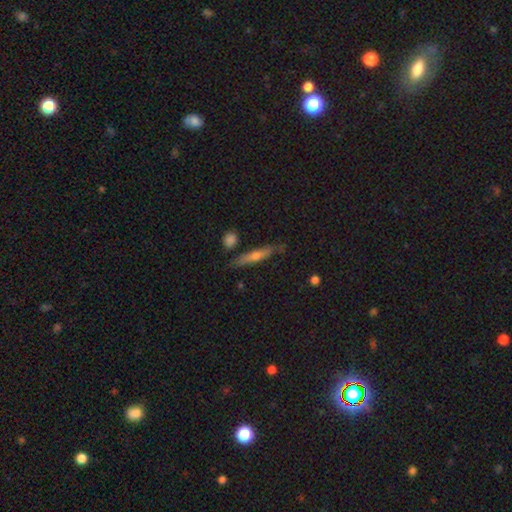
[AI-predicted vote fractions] Smooth or featured? Predicted: featured or disk (p=0.49). Merging? Predicted: none (p=0.79).